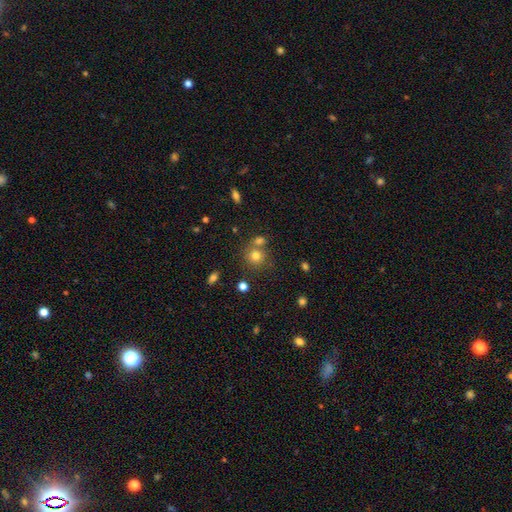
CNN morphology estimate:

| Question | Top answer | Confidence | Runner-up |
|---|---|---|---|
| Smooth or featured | smooth | 75% | star or artifact (15%) |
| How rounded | round | 86% | in between (13%) |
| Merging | none | 63% | merger (24%) |